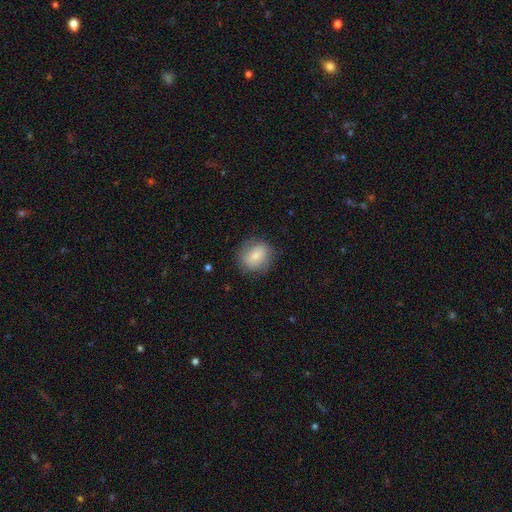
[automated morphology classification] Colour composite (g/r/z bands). It shows a smooth galaxy with no disk features (72%) that is round (69%). Merging: none (80%).